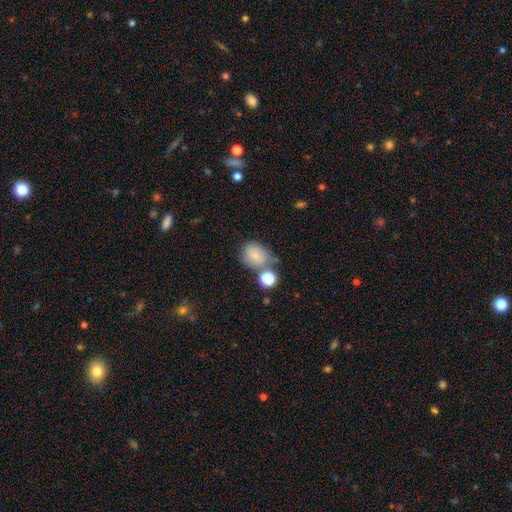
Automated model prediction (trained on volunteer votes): Smooth or featured: smooth — 72% (featured or disk — 17%)
How rounded: round — 59% (in between — 40%)
Merging: none — 49% (merger — 22%)